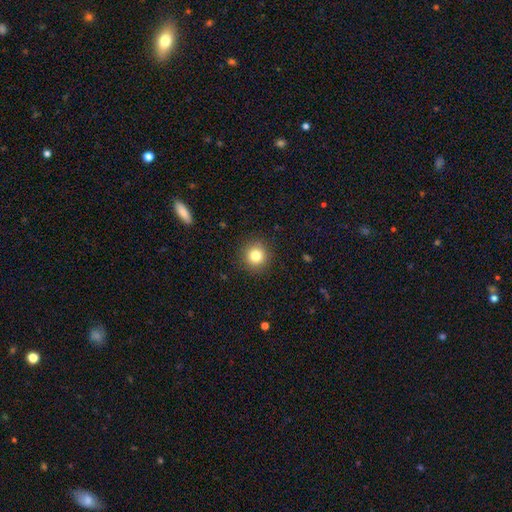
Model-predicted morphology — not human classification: type=smooth (82%); roundness=round (93%); merging=none (90%).